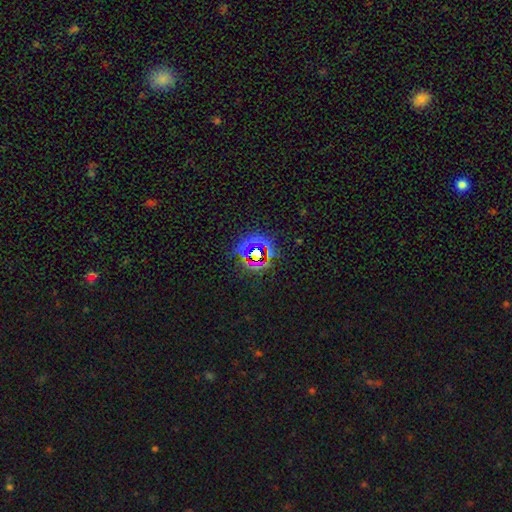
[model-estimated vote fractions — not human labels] Smooth or featured? Predicted: star or artifact (p=0.73).